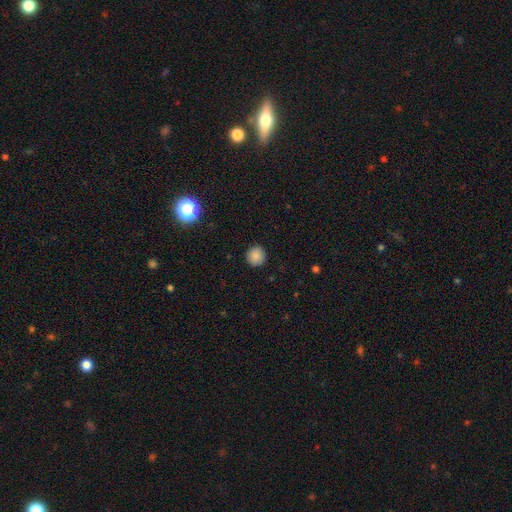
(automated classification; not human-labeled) smooth-or-featured: smooth: 86% | star or artifact: 10% | featured or disk: 4%
  how-rounded: round: 93% | in between: 6% | cigar-shaped: 1%
  merging: none: 91% | minor disturbance: 6% | major disturbance: 2% | merger: 1%